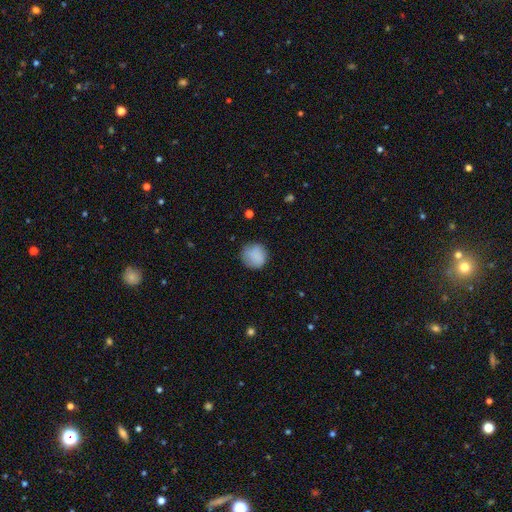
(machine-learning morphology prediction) The model was most divided on "merging": none: 82%, minor disturbance: 13%, major disturbance: 4%, merger: 1%. More confident: how rounded — round (90%); smooth or featured — smooth (86%).